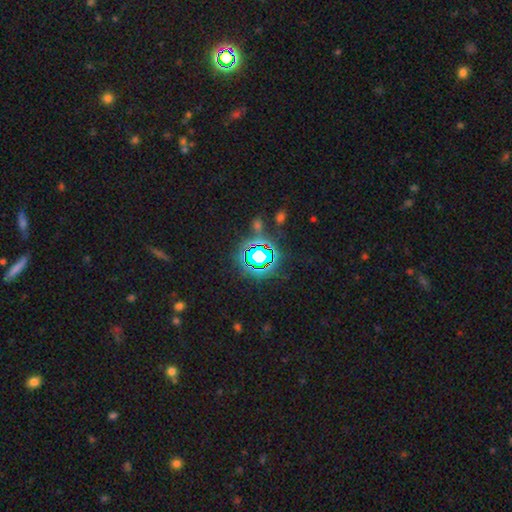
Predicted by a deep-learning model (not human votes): Smooth or featured: star or artifact — 73% (smooth — 16%)